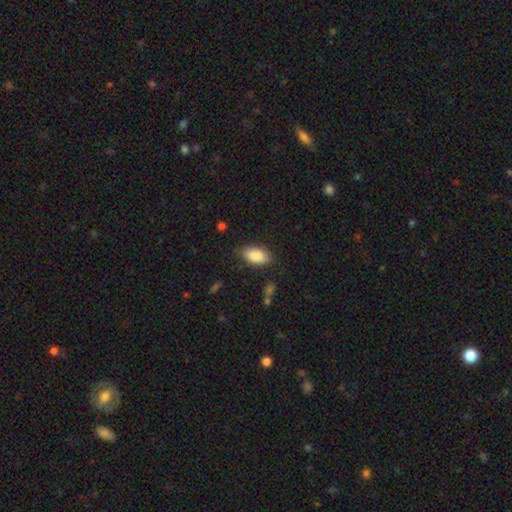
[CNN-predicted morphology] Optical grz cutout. It shows a smooth galaxy with no disk features (87%) that is in between round and cigar-shaped (91%). Merging: none (82%).